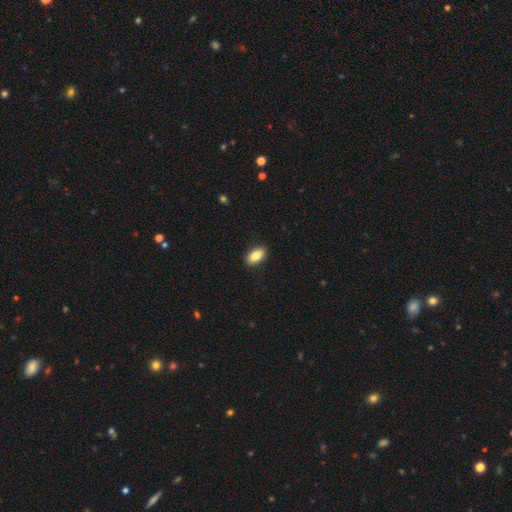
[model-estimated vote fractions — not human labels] A smooth galaxy with no disk features (83%) that is in between round and cigar-shaped (92%). Merging: none (90%).